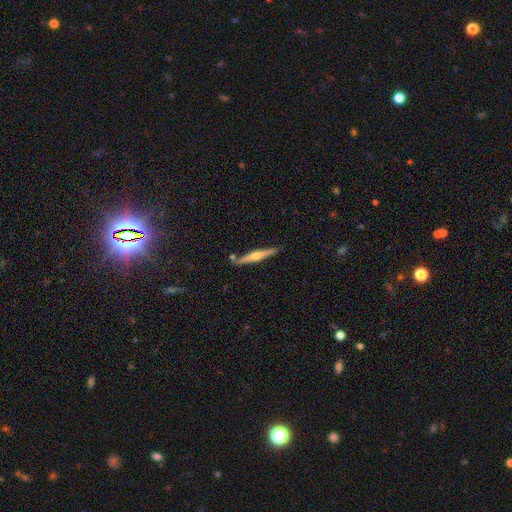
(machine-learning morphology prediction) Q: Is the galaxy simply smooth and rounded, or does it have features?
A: featured or disk — 64%.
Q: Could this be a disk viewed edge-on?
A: yes — 97%.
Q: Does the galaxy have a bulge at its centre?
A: rounded — 87%.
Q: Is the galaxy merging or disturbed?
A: none — 82%.